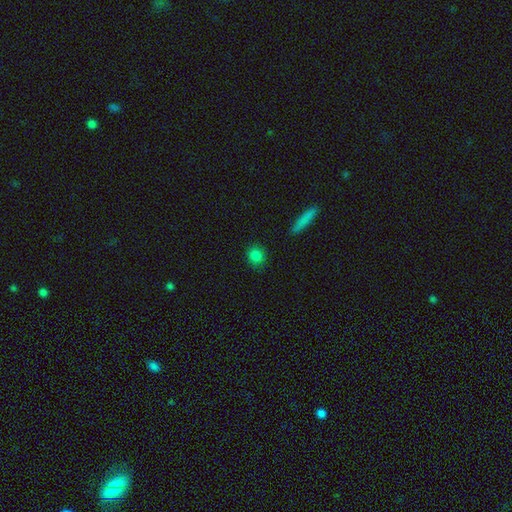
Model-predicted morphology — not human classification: Smooth or featured: smooth — 84% (star or artifact — 11%)
How rounded: round — 79% (in between — 19%)
Merging: none — 88% (minor disturbance — 9%)